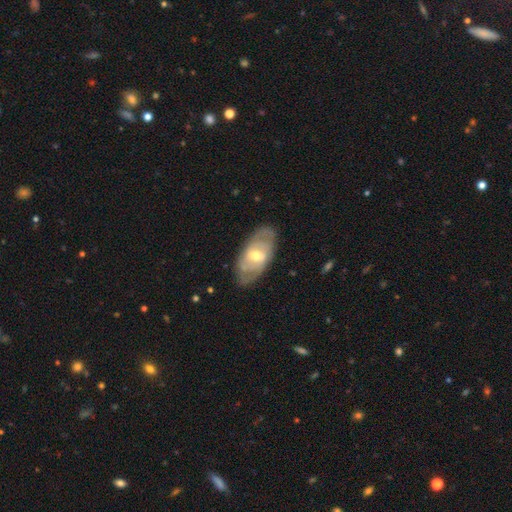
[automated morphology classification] Smooth or featured: featured or disk — 74% (smooth — 21%)
Edge-on disk: no — 92% (yes — 8%)
Bar: weak — 50% (no — 32%)
Spiral arms: yes — 80% (no — 20%)
Spiral winding: tight — 52% (medium — 35%)
Spiral arm count: 2 — 47% (can't tell — 35%)
Bulge size: moderate — 63% (small — 32%)
Merging: none — 78% (minor disturbance — 16%)